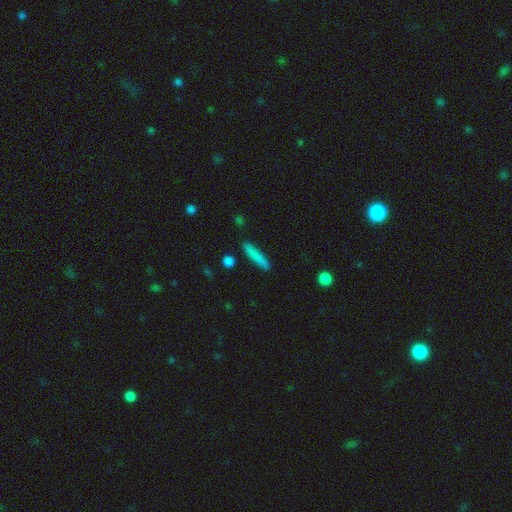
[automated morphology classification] Smooth or featured?
  - smooth: 82% *
  - featured or disk: 12%
  - star or artifact: 6%
How rounded?
  - cigar-shaped: 89% *
  - in between: 9%
  - round: 2%
Merging?
  - none: 85% *
  - minor disturbance: 11%
  - merger: 2%
  - major disturbance: 2%